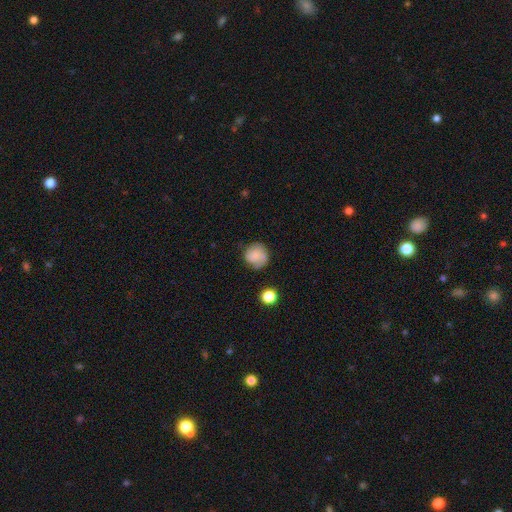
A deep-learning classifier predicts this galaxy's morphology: A smooth galaxy with no disk features (59%) that is round (85%).

Vote fractions:
- Smooth or featured? smooth: 59% / featured or disk: 31% / star or artifact: 9%
- How rounded? round: 85% / in between: 14% / cigar-shaped: 1%
- Merging? none: 70% / minor disturbance: 20% / major disturbance: 8% / merger: 2%